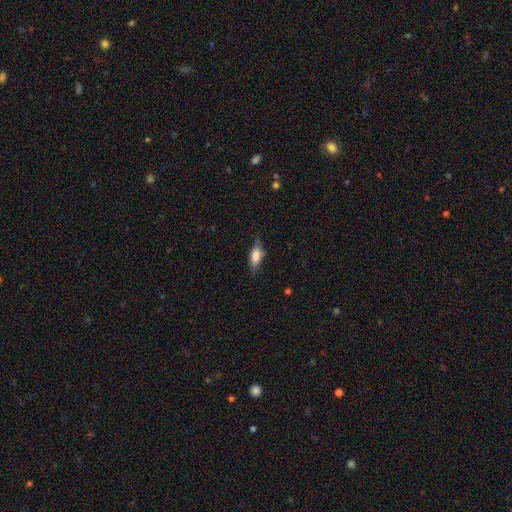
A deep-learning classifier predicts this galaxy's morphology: The model was most divided on "merging": none: 68%, minor disturbance: 24%, major disturbance: 6%, merger: 2%. More confident: smooth or featured — smooth (78%); how rounded — in between (74%).